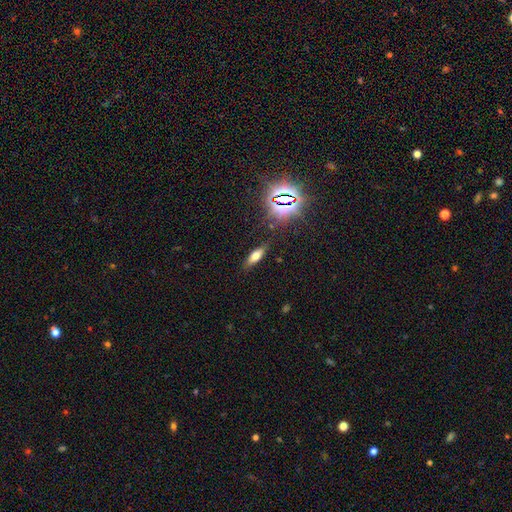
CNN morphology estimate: smooth-or-featured: smooth: 55% | featured or disk: 27% | star or artifact: 19%
  how-rounded: in between: 55% | cigar-shaped: 41% | round: 4%
  merging: none: 84% | minor disturbance: 11% | major disturbance: 3% | merger: 2%